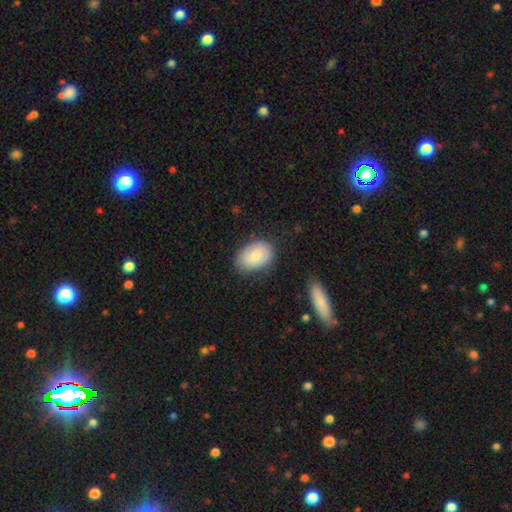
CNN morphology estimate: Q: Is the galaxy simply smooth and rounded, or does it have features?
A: smooth — 73%.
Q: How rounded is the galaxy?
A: in between — 81%.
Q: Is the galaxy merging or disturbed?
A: none — 76%.